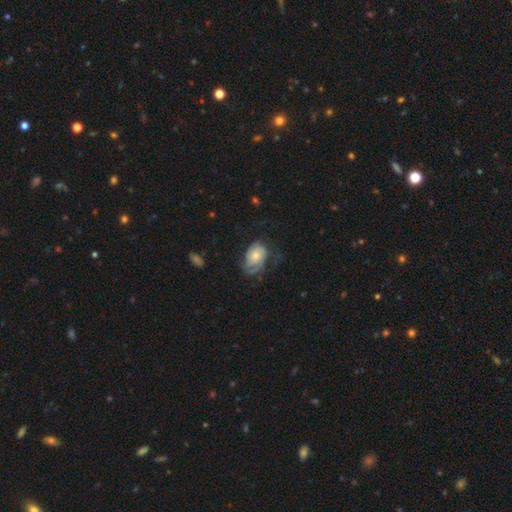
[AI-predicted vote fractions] Smooth or featured: featured or disk — 54% (smooth — 39%)
Edge-on disk: no — 96% (yes — 4%)
Bar: no — 78% (weak — 19%)
Spiral arms: yes — 80% (no — 20%)
Bulge size: moderate — 46% (small — 41%)
Merging: none — 42% (major disturbance — 28%)